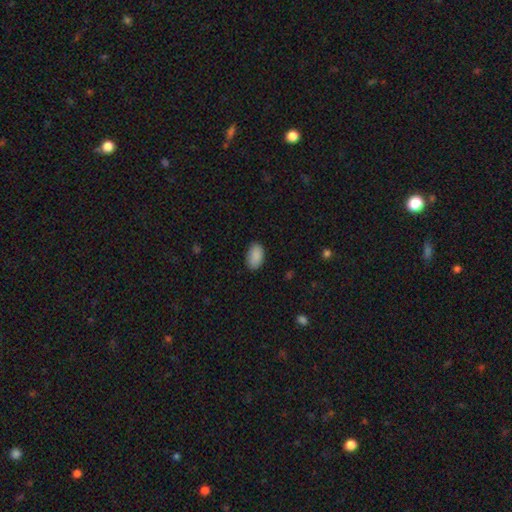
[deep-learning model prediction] The model was most divided on "merging": none: 86%, minor disturbance: 10%, major disturbance: 2%, merger: 1%. More confident: how rounded — in between (93%); smooth or featured — smooth (90%).